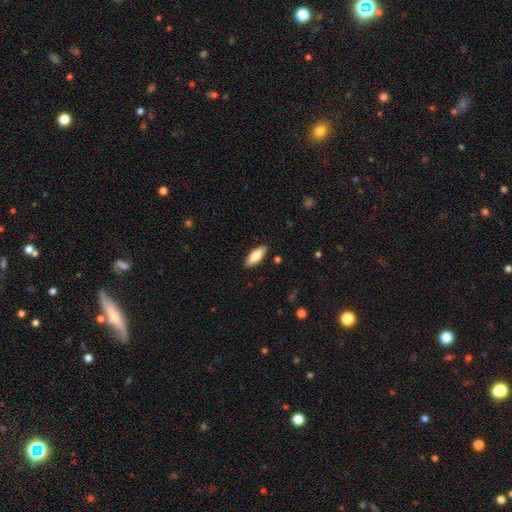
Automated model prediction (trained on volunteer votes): smooth 70%, featured or disk 24%, star or artifact 6%. Down the decision tree: how rounded — in between (65%); merging — none (89%).